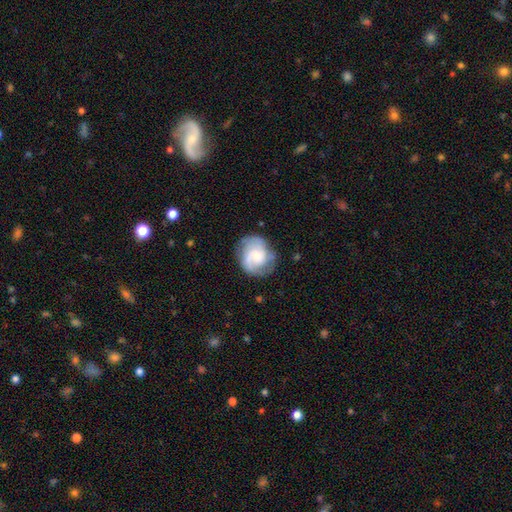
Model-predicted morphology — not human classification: Q: Smooth or featured?
A: featured or disk (72%); runner-up: smooth (21%)
Q: Edge-on disk?
A: no (98%); runner-up: yes (2%)
Q: Bar?
A: no (61%); runner-up: weak (34%)
Q: Spiral arms?
A: yes (94%); runner-up: no (6%)
Q: Spiral winding?
A: medium (45%); runner-up: tight (40%)
Q: Spiral arm count?
A: 2 (53%); runner-up: 3 (18%)
Q: Bulge size?
A: small (43%); runner-up: moderate (35%)
Q: Merging?
A: none (72%); runner-up: minor disturbance (18%)